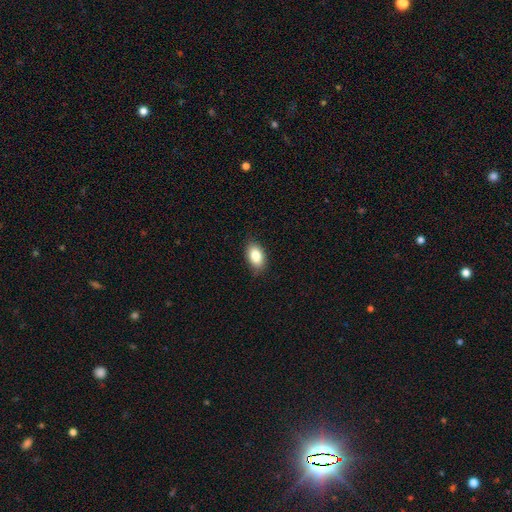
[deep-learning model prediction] The model was most divided on "merging": none: 82%, minor disturbance: 14%, major disturbance: 2%, merger: 1%. More confident: how rounded — in between (90%); smooth or featured — smooth (83%).